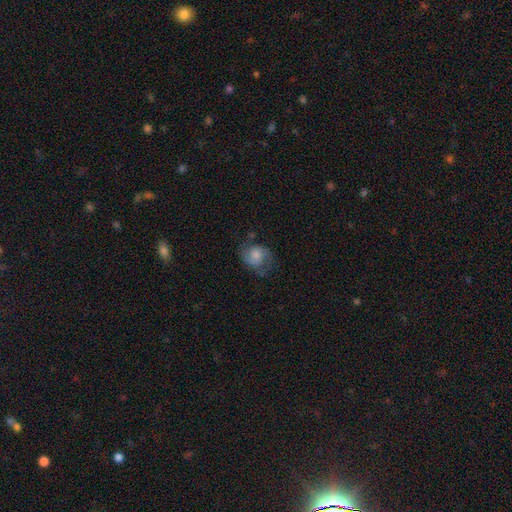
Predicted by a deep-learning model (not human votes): smooth-or-featured: featured or disk: 47% | smooth: 44% | star or artifact: 9%
  merging: none: 56% | minor disturbance: 25% | major disturbance: 17% | merger: 2%